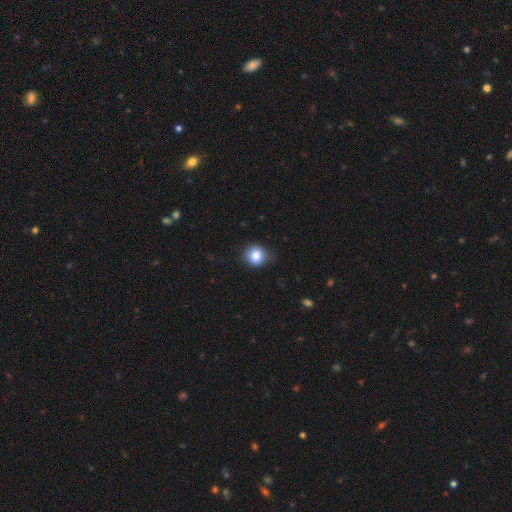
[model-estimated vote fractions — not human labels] Overall: smooth (84%). How rounded: round (85%). Merging: none (75%).